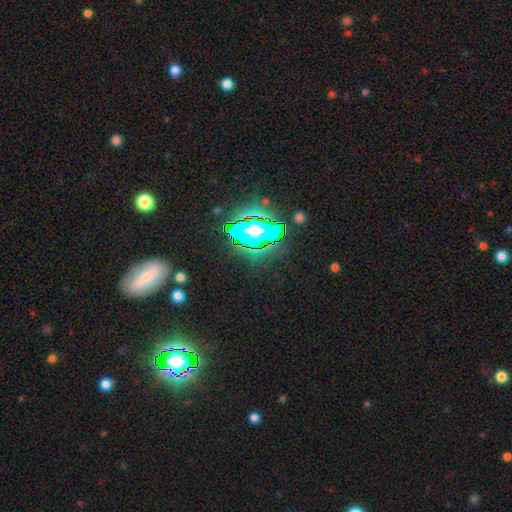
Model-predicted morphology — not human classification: smooth-or-featured: star or artifact: 57% | smooth: 24% | featured or disk: 19%